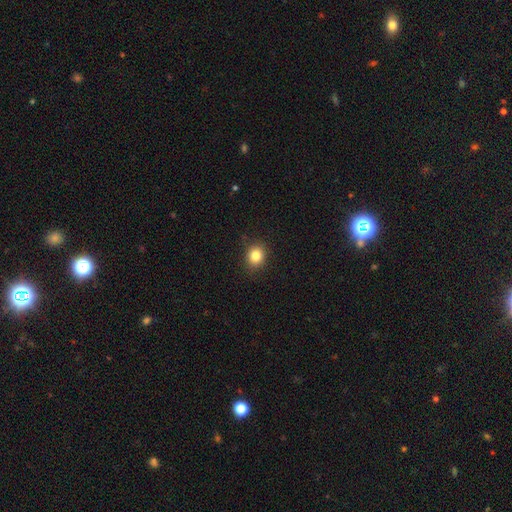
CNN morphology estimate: type=smooth (83%); roundness=round (66%); merging=none (88%).